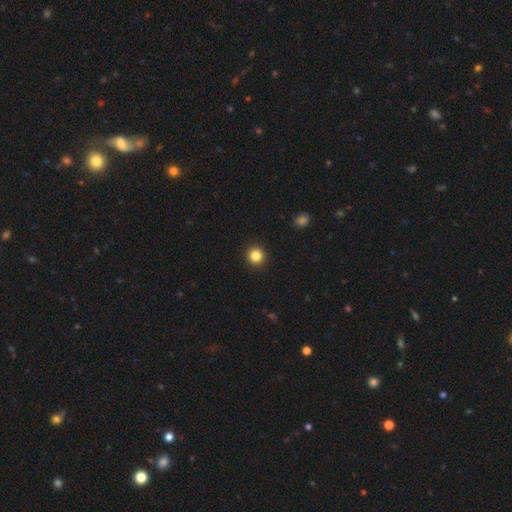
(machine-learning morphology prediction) smooth-or-featured: smooth: 84% | star or artifact: 11% | featured or disk: 5%
  how-rounded: round: 94% | in between: 5% | cigar-shaped: 1%
  merging: none: 93% | minor disturbance: 4% | major disturbance: 2% | merger: 1%